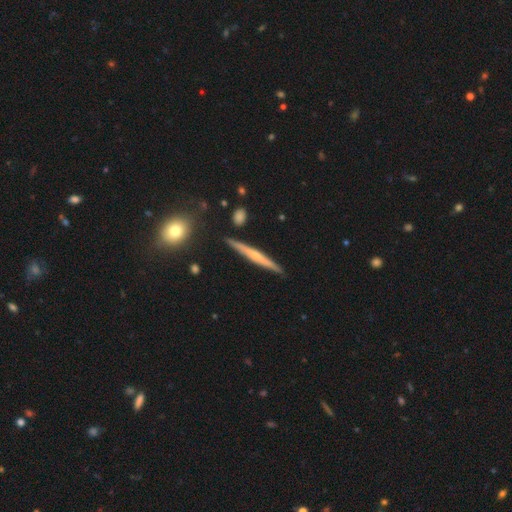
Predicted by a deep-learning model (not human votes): smooth_or_featured: featured or disk (p=0.60) [alt: smooth p=0.34]
disk_edge_on: yes (p=0.97) [alt: no p=0.03]
edge_on_bulge: none (p=0.48) [alt: rounded p=0.44]
merging: none (p=0.88) [alt: minor disturbance p=0.08]